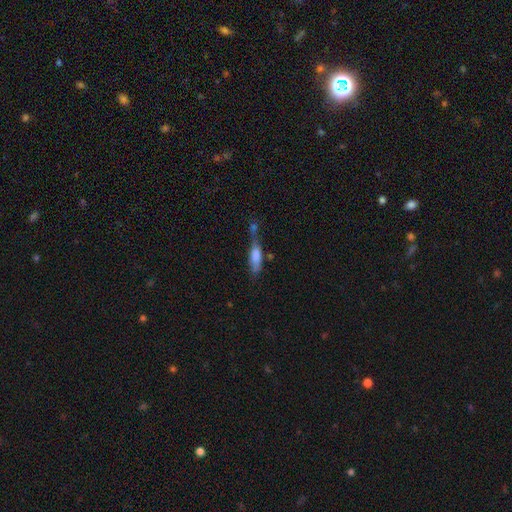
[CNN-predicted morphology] smooth-or-featured: smooth: 70% | featured or disk: 22% | star or artifact: 8%
  how-rounded: cigar-shaped: 49% | in between: 48% | round: 3%
  merging: none: 29% | merger: 27% | minor disturbance: 26% | major disturbance: 18%